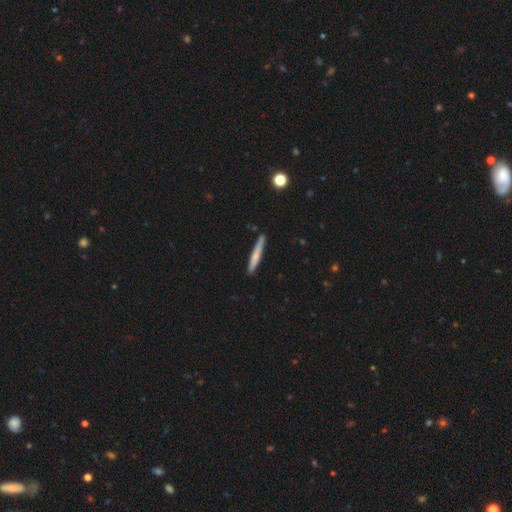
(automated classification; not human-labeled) smooth_or_featured: smooth (p=0.65) [alt: featured or disk p=0.30]
how_rounded: cigar-shaped (p=0.96) [alt: in between p=0.03]
merging: none (p=0.85) [alt: minor disturbance p=0.11]